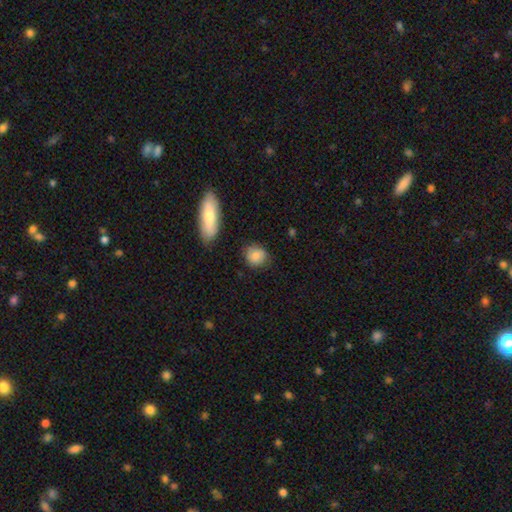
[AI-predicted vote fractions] Smooth or featured? smooth (80%)
How rounded? round (72%)
Merging? none (77%)